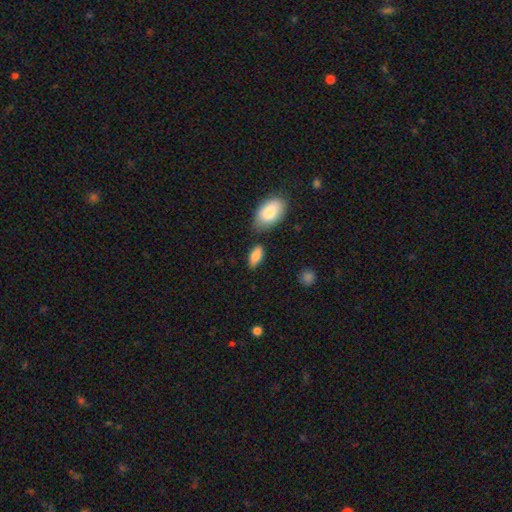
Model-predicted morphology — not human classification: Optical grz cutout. It shows a smooth galaxy with no disk features (84%) that is in between round and cigar-shaped (88%). Merging: none (70%).